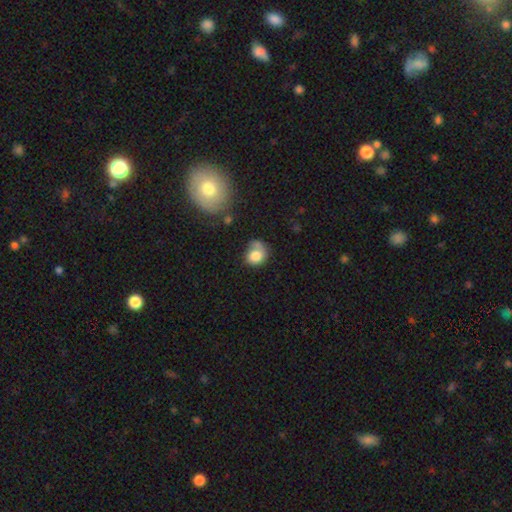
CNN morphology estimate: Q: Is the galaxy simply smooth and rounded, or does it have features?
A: smooth — 78%.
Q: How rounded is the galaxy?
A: round — 66%.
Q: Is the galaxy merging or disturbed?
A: none — 42%.